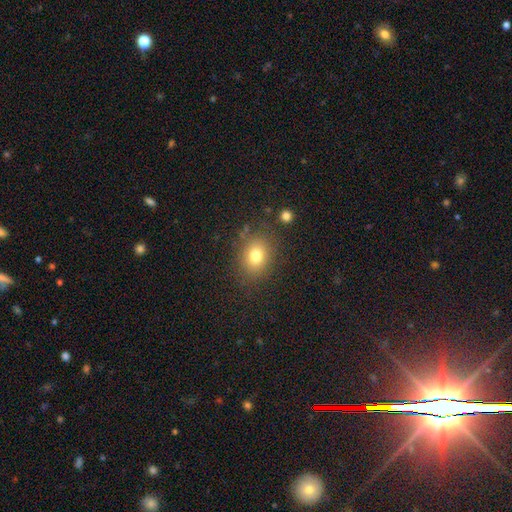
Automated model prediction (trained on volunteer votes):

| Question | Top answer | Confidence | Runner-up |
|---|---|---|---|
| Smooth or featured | smooth | 77% | star or artifact (13%) |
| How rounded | round | 50% | in between (49%) |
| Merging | none | 82% | minor disturbance (11%) |